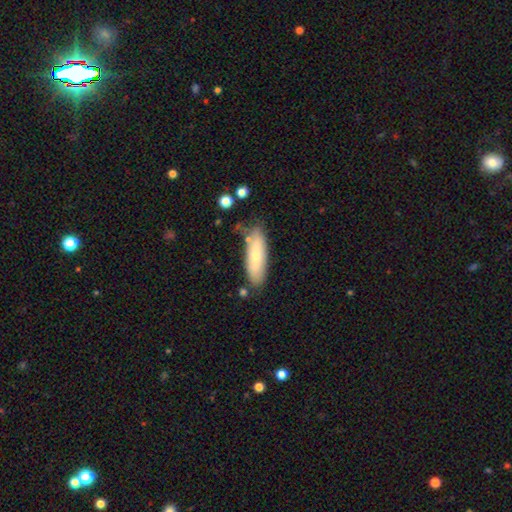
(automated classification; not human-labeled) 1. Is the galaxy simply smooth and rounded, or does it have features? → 71% smooth, 23% featured or disk, 7% star or artifact.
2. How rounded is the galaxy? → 51% in between, 47% cigar-shaped, 2% round.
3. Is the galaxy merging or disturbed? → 71% none, 20% minor disturbance, 5% merger, 5% major disturbance.